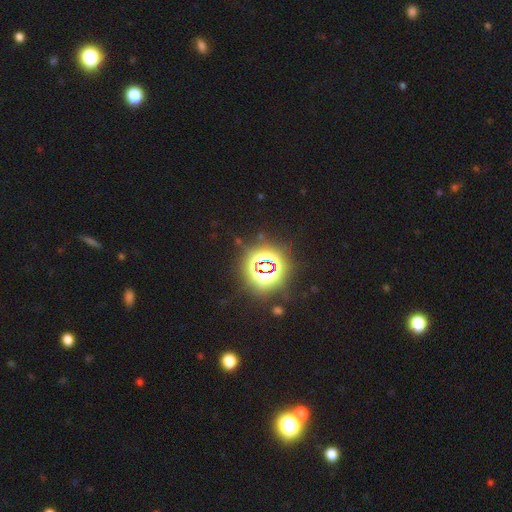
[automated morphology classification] This is clearly a star or artifact rather than a galaxy (83%).